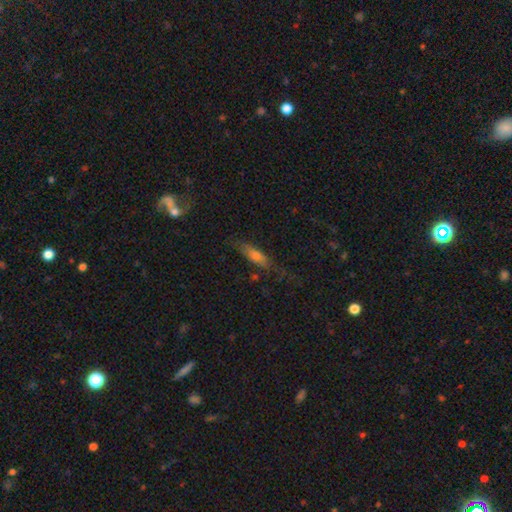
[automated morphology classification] The model was most divided on "smooth or featured": smooth: 55%, featured or disk: 35%, star or artifact: 10%. More confident: merging — none (67%); how rounded — cigar-shaped (61%).